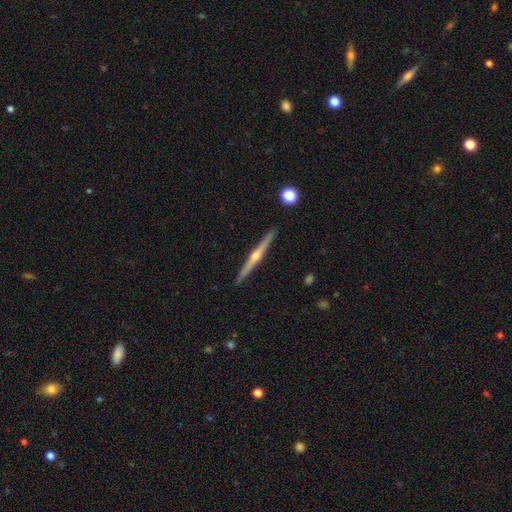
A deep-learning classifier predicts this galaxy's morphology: A featured or disk galaxy (81%) viewed edge-on (98%) with a rounded central bulge (91%).

Vote fractions:
- Smooth or featured? featured or disk: 81% / smooth: 14% / star or artifact: 5%
- Edge-on disk? yes: 98% / no: 2%
- Edge-on bulge? rounded: 91% / none: 6% / boxy: 3%
- Merging? none: 92% / minor disturbance: 5% / merger: 1% / major disturbance: 1%